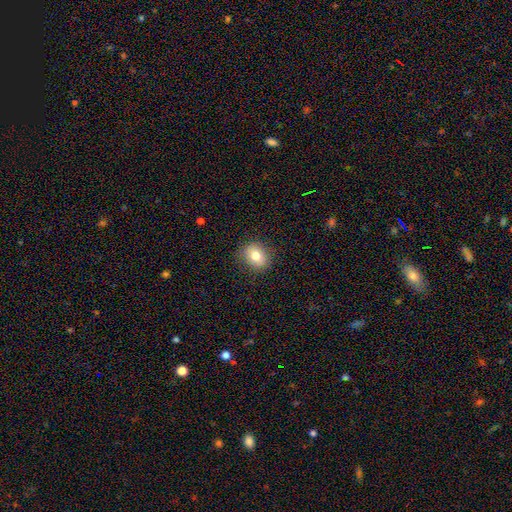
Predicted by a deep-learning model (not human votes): The model was most divided on "how rounded": round: 58%, in between: 41%, cigar-shaped: 1%. More confident: merging — none (86%); smooth or featured — smooth (78%).